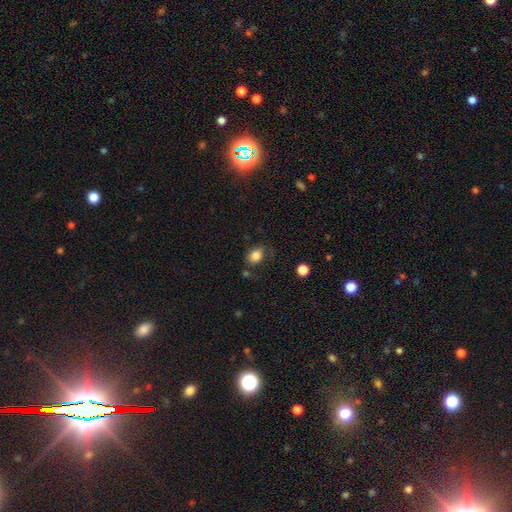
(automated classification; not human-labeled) Smooth or featured? Predicted: smooth (p=0.84). How rounded? Predicted: in between (p=0.63). Merging? Predicted: none (p=0.69).